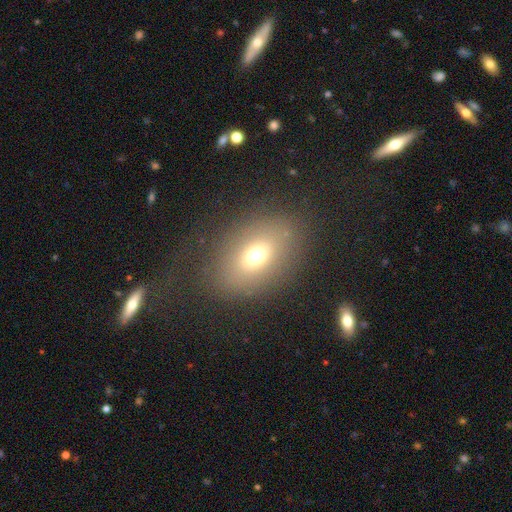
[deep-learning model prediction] Q: Smooth or featured?
A: smooth (67%); runner-up: featured or disk (17%)
Q: How rounded?
A: in between (70%); runner-up: round (29%)
Q: Merging?
A: none (78%); runner-up: minor disturbance (11%)